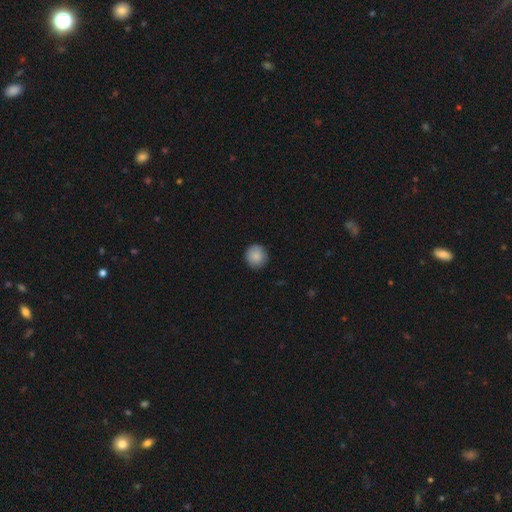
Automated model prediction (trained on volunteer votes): Overall: smooth (88%). How rounded: round (94%). Merging: none (91%).